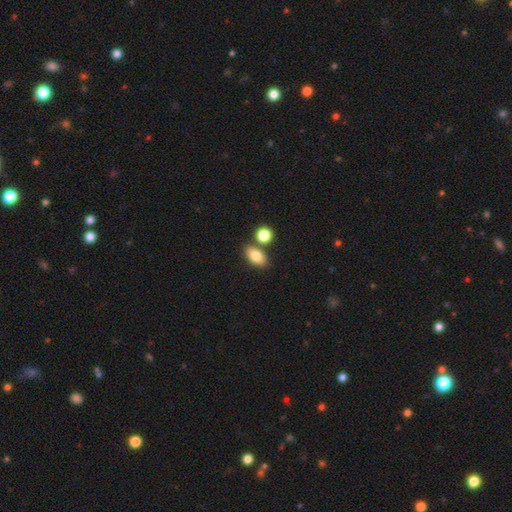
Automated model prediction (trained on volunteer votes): A smooth galaxy with no disk features (80%) that is in between round and cigar-shaped (85%). Merging: none (70%).